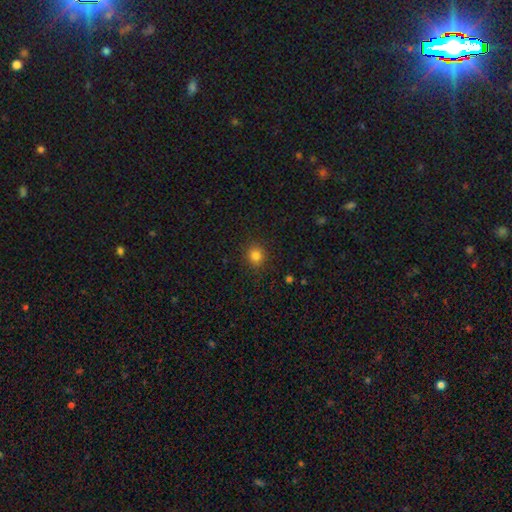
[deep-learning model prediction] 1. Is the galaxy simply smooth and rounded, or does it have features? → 83% smooth, 13% star or artifact, 4% featured or disk.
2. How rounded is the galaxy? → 86% round, 13% in between, 1% cigar-shaped.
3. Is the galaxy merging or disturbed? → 89% none, 8% minor disturbance, 3% major disturbance, 1% merger.